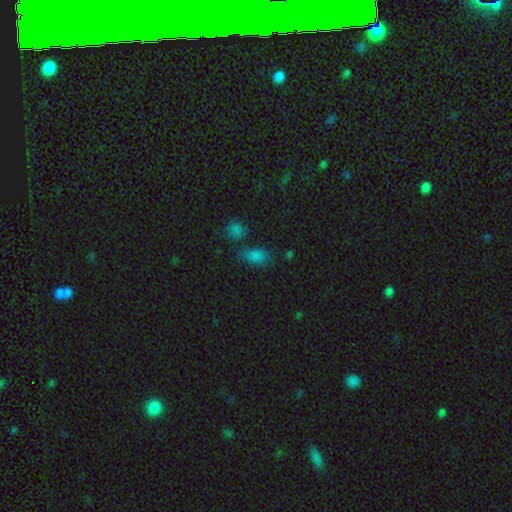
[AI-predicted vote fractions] This is likely a smooth galaxy (73%). How rounded: clearly in between (85%). Merging: likely none (61%).